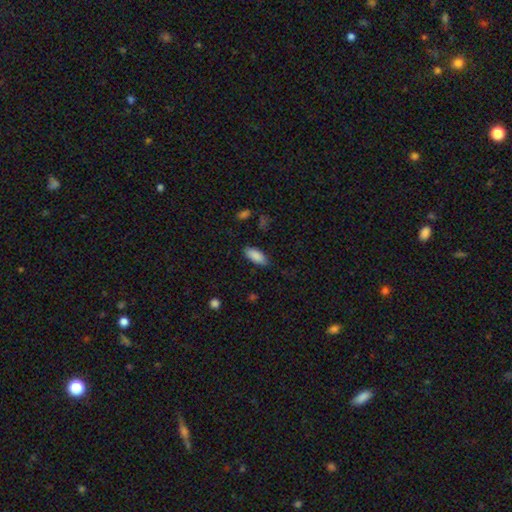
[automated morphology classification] Overall: smooth (88%). How rounded: in between (84%). Merging: none (81%).